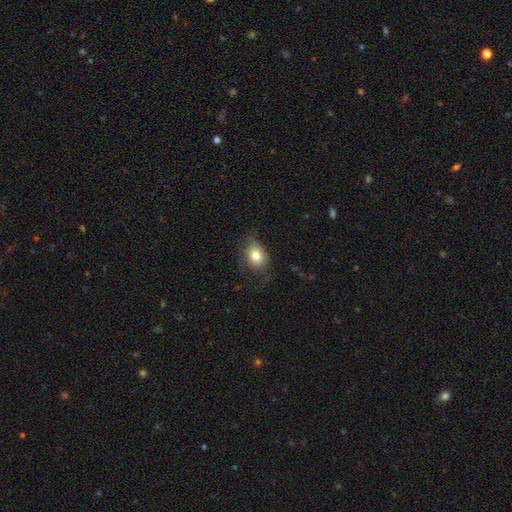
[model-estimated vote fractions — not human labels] This is likely a smooth galaxy (76%). How rounded: possibly in between (57%). Merging: possibly none (55%).